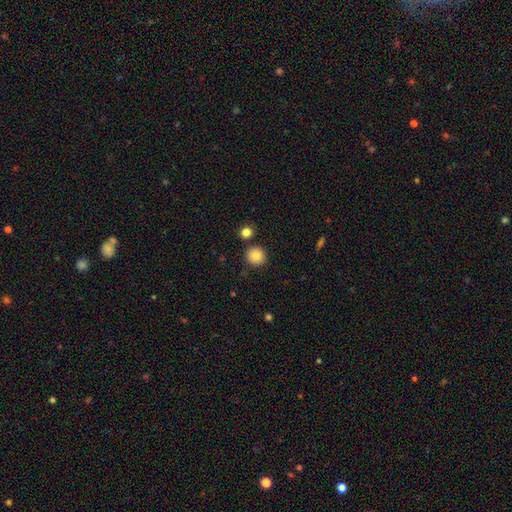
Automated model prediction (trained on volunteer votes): A smooth galaxy with no disk features (87%) that is round (91%).

Vote fractions:
- Smooth or featured? smooth: 87% / star or artifact: 9% / featured or disk: 5%
- How rounded? round: 91% / in between: 8% / cigar-shaped: 1%
- Merging? none: 86% / minor disturbance: 7% / merger: 5% / major disturbance: 2%